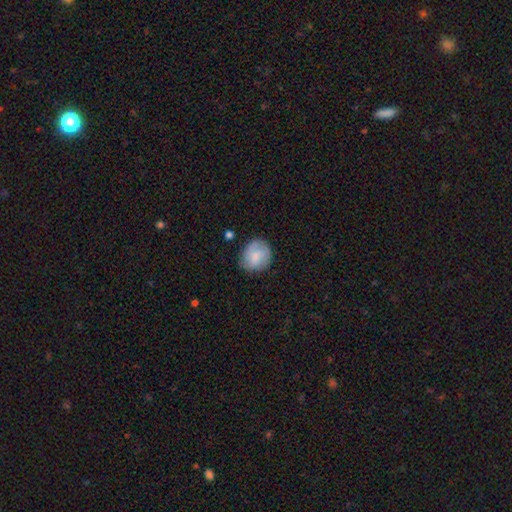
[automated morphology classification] smooth_or_featured: smooth (p=0.73) [alt: featured or disk p=0.20]
how_rounded: round (p=0.78) [alt: in between p=0.21]
merging: none (p=0.77) [alt: minor disturbance p=0.17]